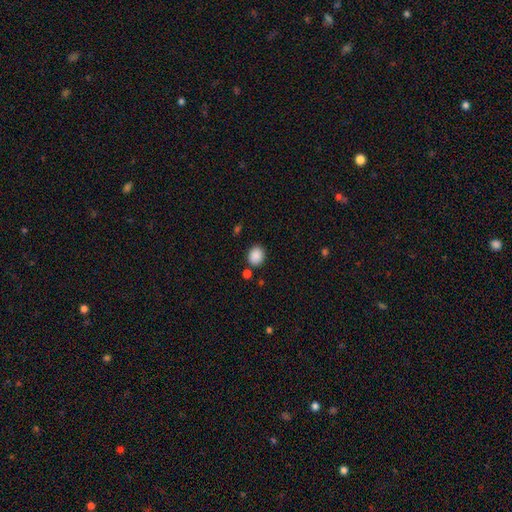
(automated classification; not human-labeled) Overall: smooth (88%). How rounded: round (60%; in between 39%). Merging: none (83%).